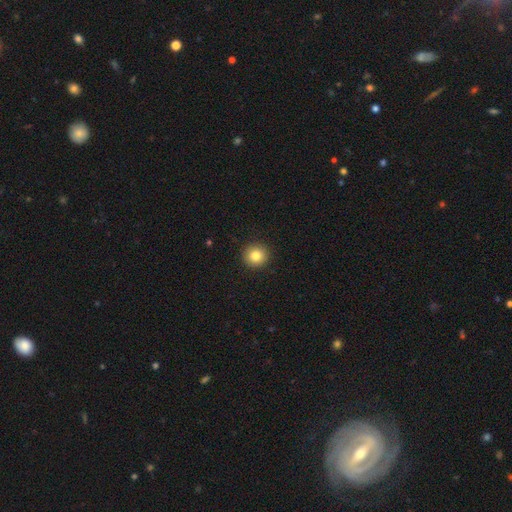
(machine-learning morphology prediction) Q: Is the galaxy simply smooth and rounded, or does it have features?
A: smooth — 82%.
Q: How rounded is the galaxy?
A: round — 94%.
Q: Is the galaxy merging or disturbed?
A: none — 93%.